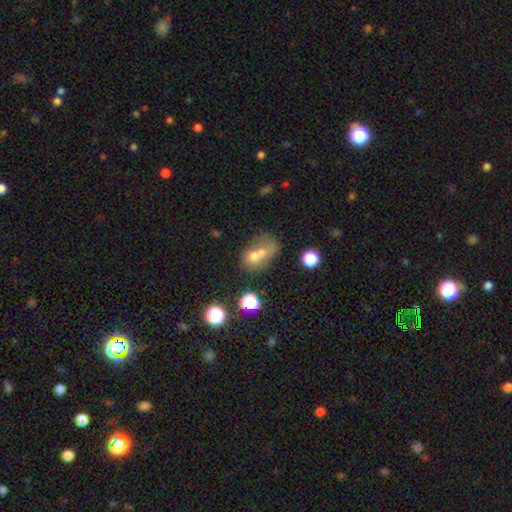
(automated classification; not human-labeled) A smooth galaxy with no disk features (63%) that is round (50%). Merging: merger (62%).